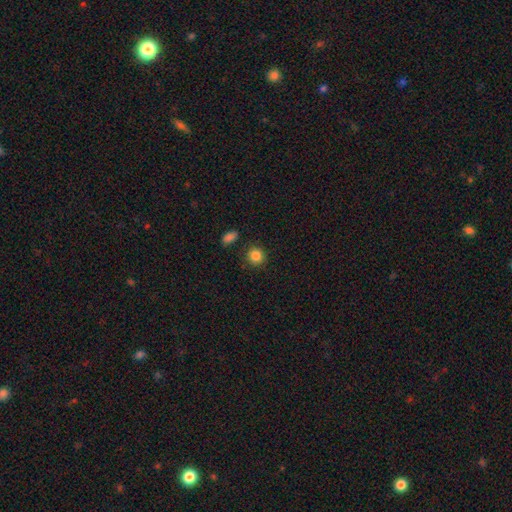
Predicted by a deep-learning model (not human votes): Q: Smooth or featured?
A: smooth (86%); runner-up: star or artifact (10%)
Q: How rounded?
A: round (89%); runner-up: in between (10%)
Q: Merging?
A: none (86%); runner-up: minor disturbance (8%)